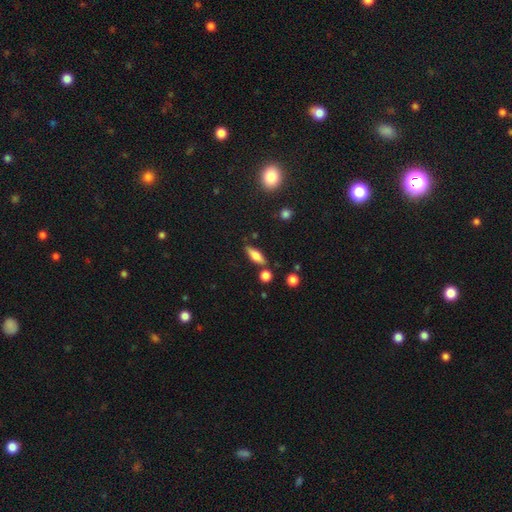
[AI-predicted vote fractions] This is likely a smooth galaxy (67%). How rounded: possibly in between (59%). Merging: likely none (76%).